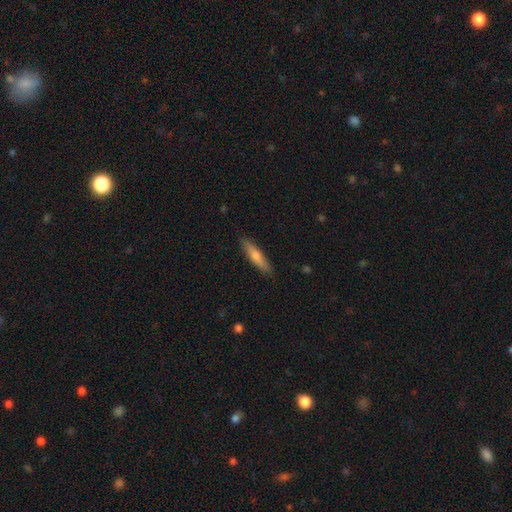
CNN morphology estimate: Smooth or featured? Predicted: smooth (p=0.63). How rounded? Predicted: cigar-shaped (p=0.82). Merging? Predicted: none (p=0.88).